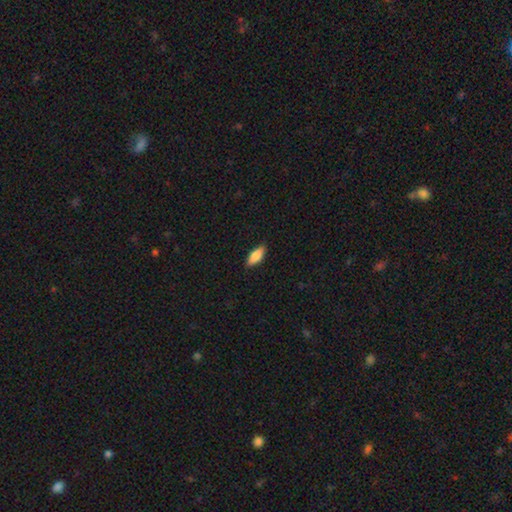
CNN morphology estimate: The model was most divided on "how rounded": in between: 73%, cigar-shaped: 25%, round: 2%. More confident: merging — none (87%); smooth or featured — smooth (80%).